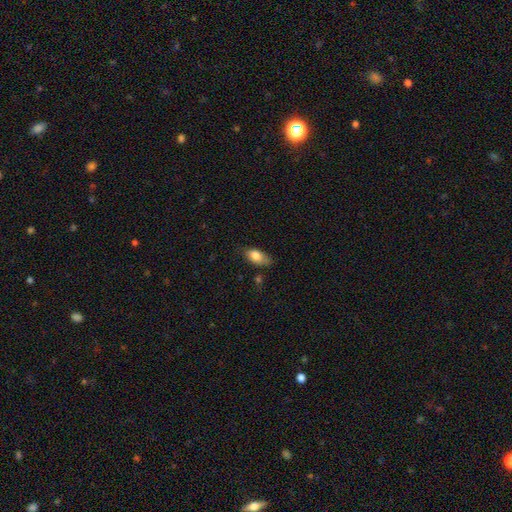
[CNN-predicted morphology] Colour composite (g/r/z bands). It shows a smooth galaxy with no disk features (80%) that is in between round and cigar-shaped (88%). Merging: none (59%).